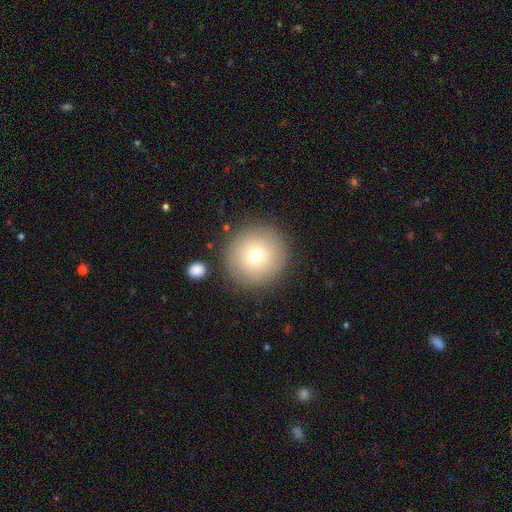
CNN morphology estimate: type=smooth (74%); roundness=round (96%); merging=none (87%).